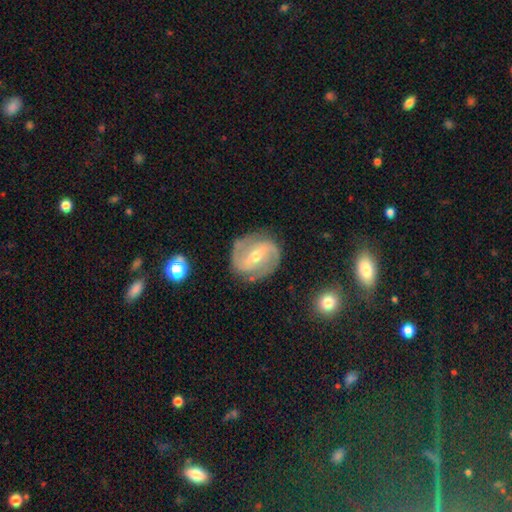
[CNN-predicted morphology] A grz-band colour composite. It shows a featured or disk galaxy (86%) with a strong bar (46%), 2 (90%) medium (47%) spiral arms (94%) and a moderate central bulge (54%). Merging: none (82%).